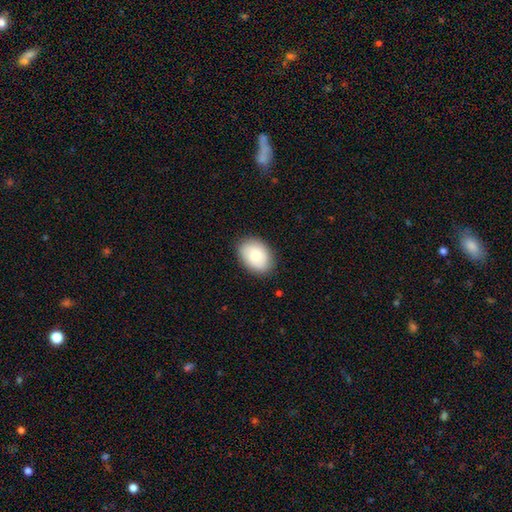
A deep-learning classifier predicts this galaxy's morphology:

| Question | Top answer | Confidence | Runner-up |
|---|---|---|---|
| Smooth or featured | smooth | 81% | featured or disk (13%) |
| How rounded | in between | 77% | round (22%) |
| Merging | none | 85% | minor disturbance (11%) |